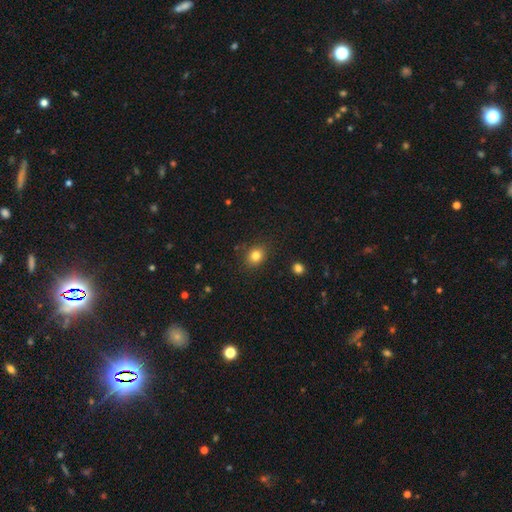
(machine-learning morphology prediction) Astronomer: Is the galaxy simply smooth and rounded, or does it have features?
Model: smooth — 82%.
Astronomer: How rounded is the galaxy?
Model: round — 66%.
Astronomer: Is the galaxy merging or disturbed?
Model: none — 84%.